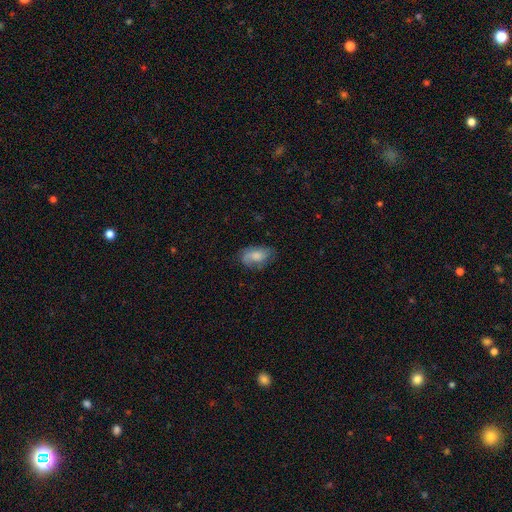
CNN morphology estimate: smooth_or_featured: smooth (p=0.62) [alt: featured or disk p=0.30]
how_rounded: in between (p=0.90) [alt: round p=0.07]
merging: none (p=0.63) [alt: minor disturbance p=0.26]